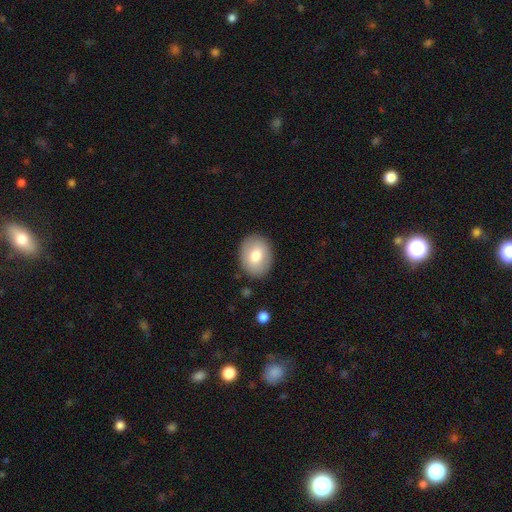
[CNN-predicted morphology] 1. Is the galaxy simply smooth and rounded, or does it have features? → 74% smooth, 18% featured or disk, 7% star or artifact.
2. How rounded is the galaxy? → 61% in between, 38% round, 1% cigar-shaped.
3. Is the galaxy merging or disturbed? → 87% none, 9% minor disturbance, 3% major disturbance, 1% merger.